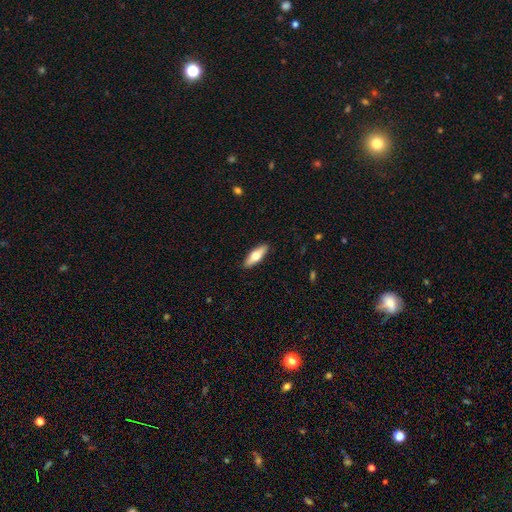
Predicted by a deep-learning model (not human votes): smooth-or-featured: smooth: 60% | featured or disk: 35% | star or artifact: 5%
  how-rounded: in between: 52% | cigar-shaped: 46% | round: 2%
  merging: none: 90% | minor disturbance: 7% | major disturbance: 2% | merger: 1%